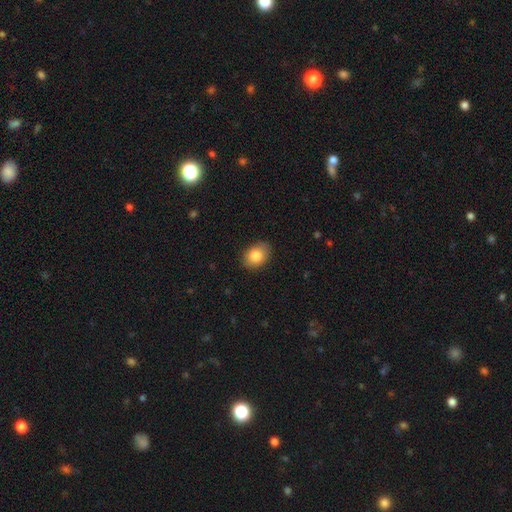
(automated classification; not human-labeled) This appears to be a smooth galaxy with no disk features (84%) that is in between round and cigar-shaped (69%). Merging: none (87%).